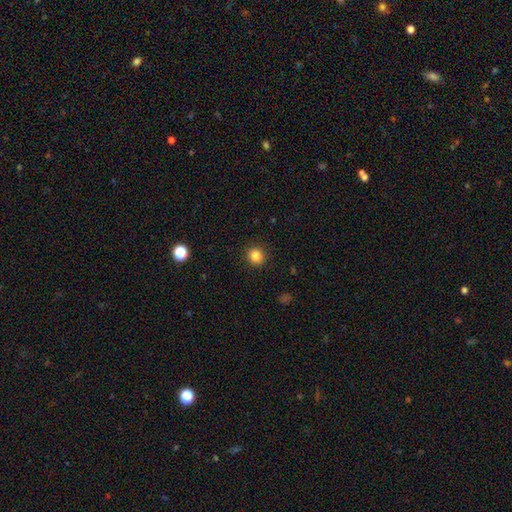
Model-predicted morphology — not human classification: Q: Smooth or featured?
A: smooth (85%); runner-up: star or artifact (11%)
Q: How rounded?
A: round (90%); runner-up: in between (9%)
Q: Merging?
A: none (91%); runner-up: minor disturbance (6%)